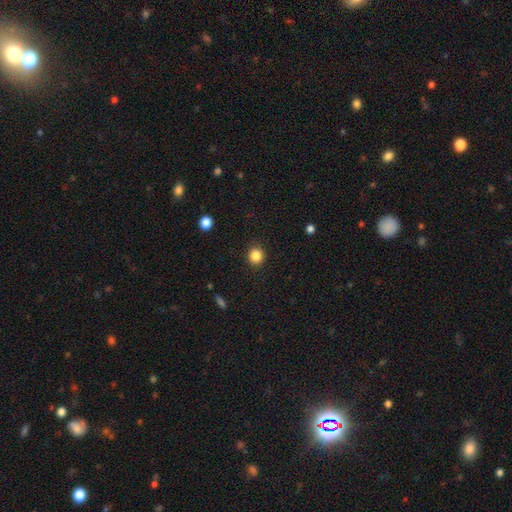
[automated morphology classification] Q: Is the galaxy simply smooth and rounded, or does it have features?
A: smooth — 85%.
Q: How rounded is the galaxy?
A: round — 89%.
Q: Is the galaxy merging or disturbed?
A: none — 91%.